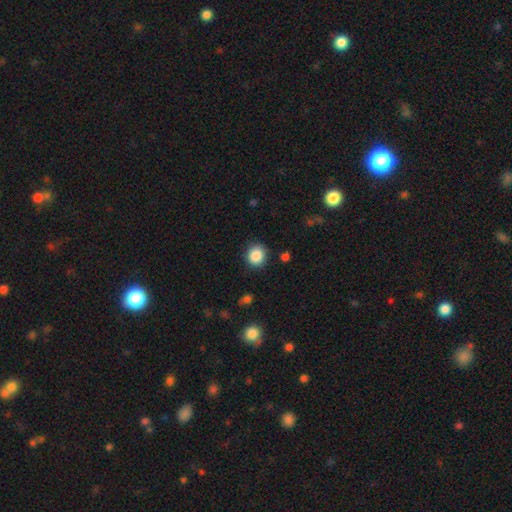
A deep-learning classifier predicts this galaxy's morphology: This is clearly a smooth galaxy (87%). How rounded: clearly round (83%). Merging: clearly none (87%).